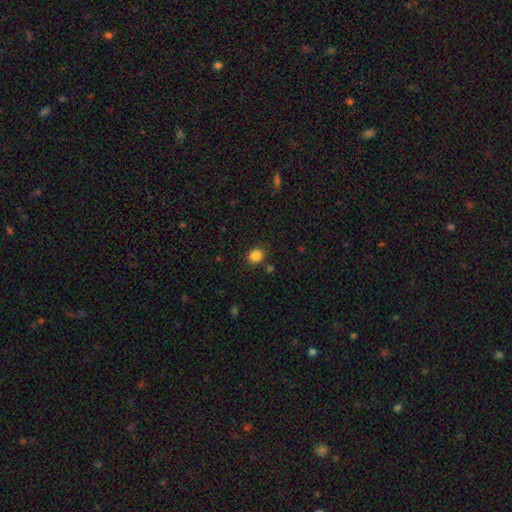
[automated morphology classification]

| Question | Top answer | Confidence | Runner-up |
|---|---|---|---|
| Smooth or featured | smooth | 83% | star or artifact (13%) |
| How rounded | round | 70% | in between (29%) |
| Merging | none | 83% | minor disturbance (11%) |